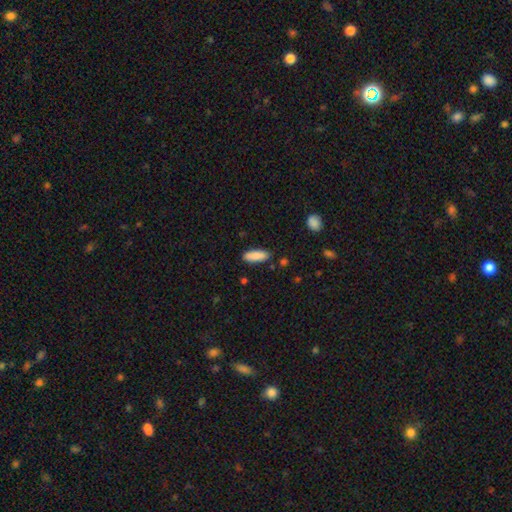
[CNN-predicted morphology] A smooth galaxy with no disk features (89%) that is in between round and cigar-shaped (66%). Merging: none (85%).